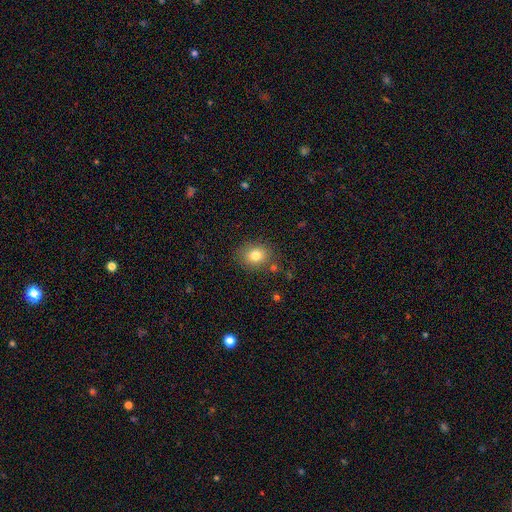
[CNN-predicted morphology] Smooth or featured: smooth — 78% (star or artifact — 12%)
How rounded: round — 62% (in between — 38%)
Merging: none — 81% (minor disturbance — 11%)